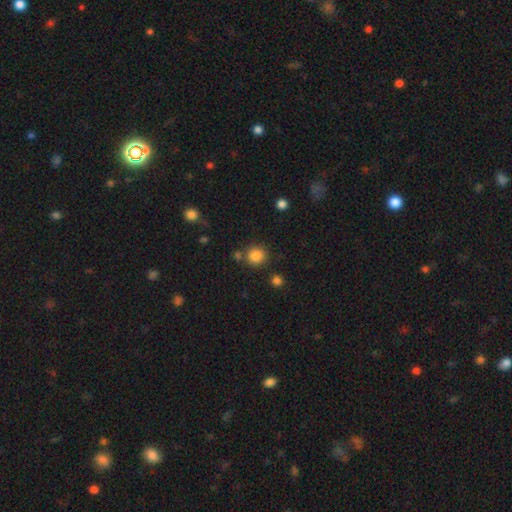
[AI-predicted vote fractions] Smooth or featured? Predicted: smooth (p=0.84). How rounded? Predicted: round (p=0.89). Merging? Predicted: none (p=0.80).